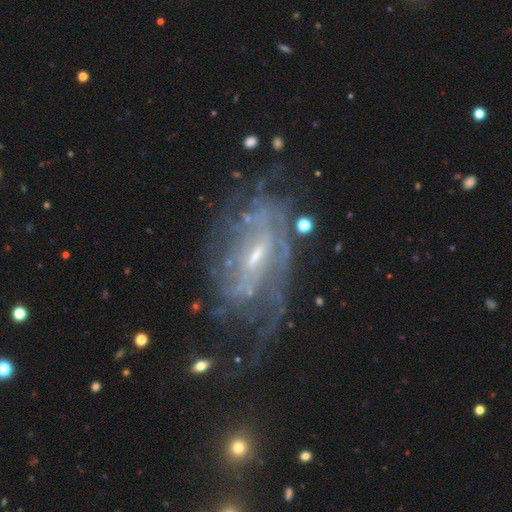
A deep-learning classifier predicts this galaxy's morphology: This is clearly a featured or disk galaxy (85%). It is clearly not viewed edge-on (94%). Bar: possibly weak (48%). Spiral arm pattern: clearly yes (90%). Spiral arm count: possibly can't tell (47%). Spiral winding: possibly tight (50%). Central bulge: likely small (70%). Merging: possibly none (55%).